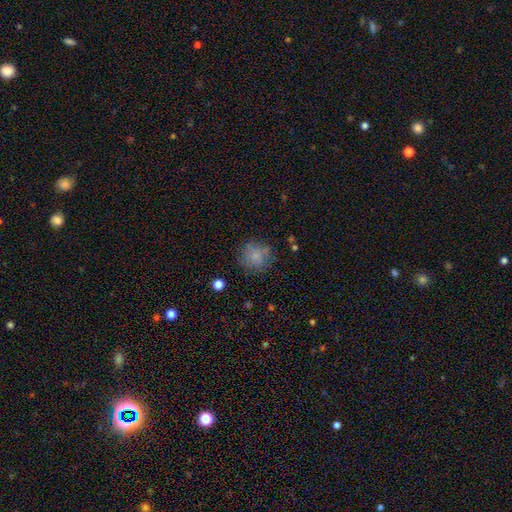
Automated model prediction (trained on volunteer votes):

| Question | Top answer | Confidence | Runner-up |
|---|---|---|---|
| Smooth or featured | smooth | 72% | featured or disk (16%) |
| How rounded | round | 88% | in between (11%) |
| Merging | none | 73% | minor disturbance (16%) |